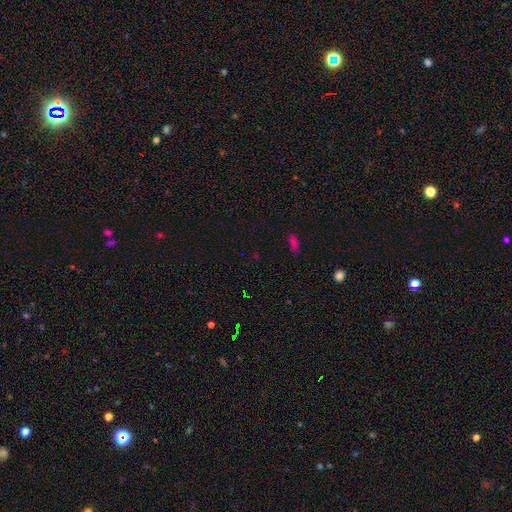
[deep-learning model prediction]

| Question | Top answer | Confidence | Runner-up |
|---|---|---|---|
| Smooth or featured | star or artifact | 54% | smooth (38%) |